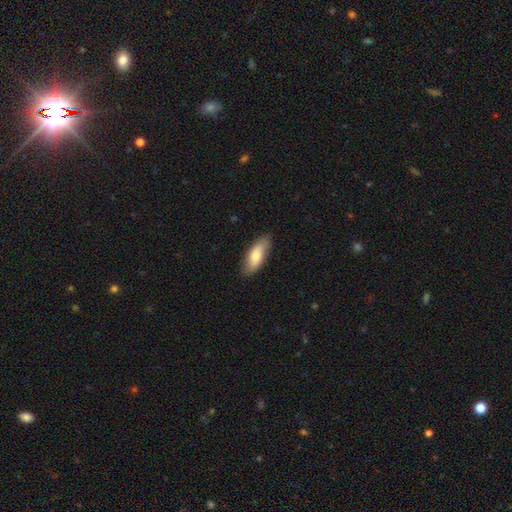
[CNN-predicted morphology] Smooth or featured? smooth (70%)
How rounded? in between (73%)
Merging? none (82%)